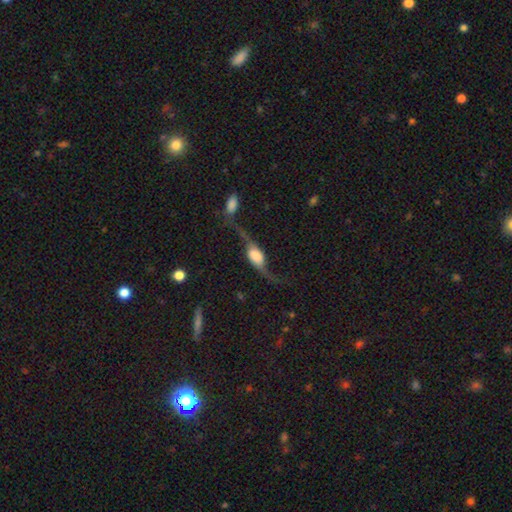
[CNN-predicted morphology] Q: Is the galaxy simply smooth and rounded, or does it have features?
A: featured or disk — 75%.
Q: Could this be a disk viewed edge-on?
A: no — 60%.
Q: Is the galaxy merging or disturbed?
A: none — 43%.